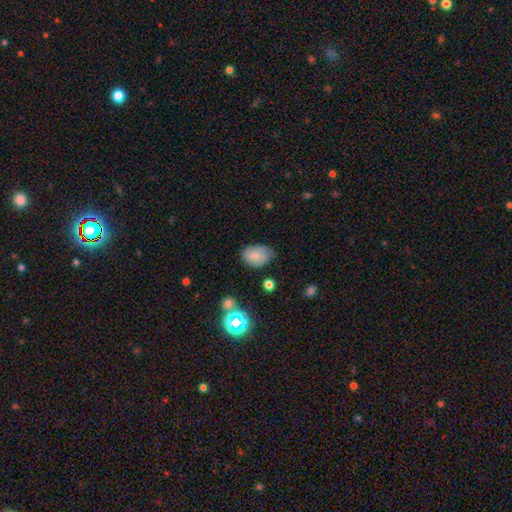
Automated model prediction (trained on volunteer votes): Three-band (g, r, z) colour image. It shows a smooth galaxy with no disk features (65%) that is in between round and cigar-shaped (72%). Merging: none (58%).